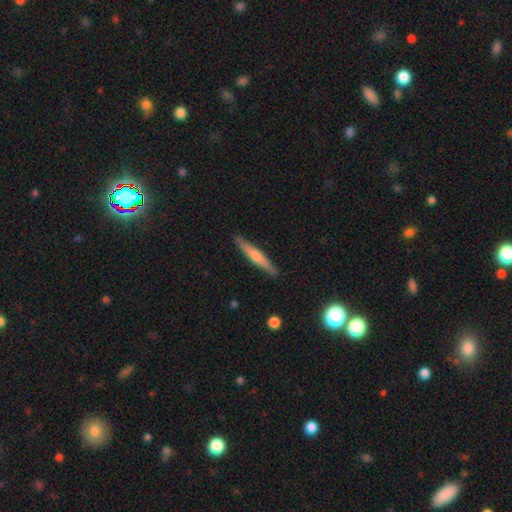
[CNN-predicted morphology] Smooth or featured?
  - featured or disk: 55% *
  - smooth: 38%
  - star or artifact: 7%
Edge-on disk?
  - yes: 96% *
  - no: 4%
Edge-on bulge?
  - rounded: 71% *
  - none: 21%
  - boxy: 8%
Merging?
  - none: 90% *
  - minor disturbance: 7%
  - major disturbance: 1%
  - merger: 1%